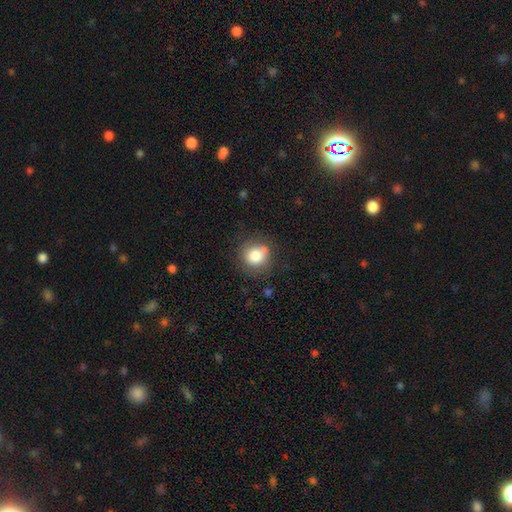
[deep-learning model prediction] Overall: smooth (80%). How rounded: round (86%). Merging: none (72%).